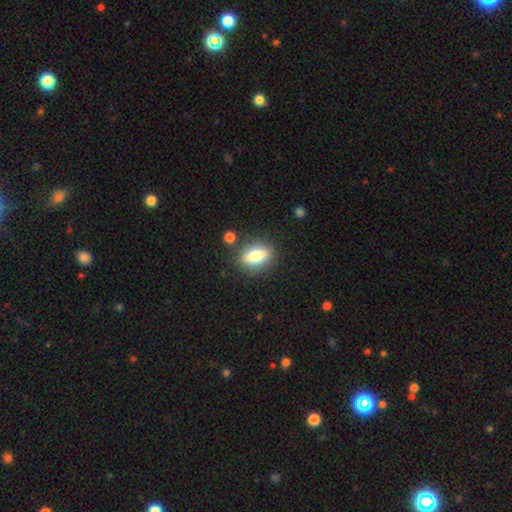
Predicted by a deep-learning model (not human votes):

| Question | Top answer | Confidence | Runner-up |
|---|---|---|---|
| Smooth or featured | smooth | 59% | featured or disk (32%) |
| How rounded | in between | 66% | cigar-shaped (20%) |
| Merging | none | 84% | minor disturbance (9%) |